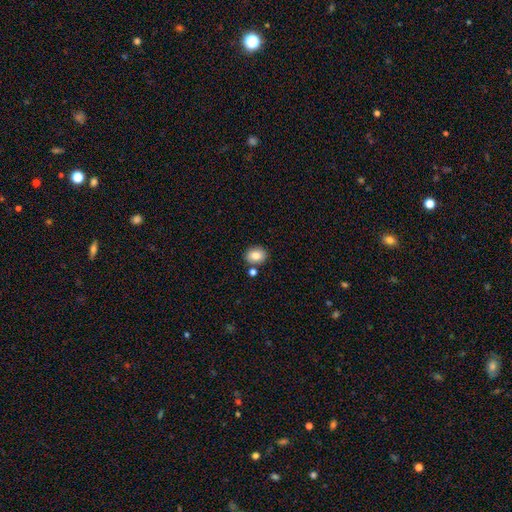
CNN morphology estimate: The model was most divided on "how rounded": in between: 56%, round: 43%, cigar-shaped: 1%. More confident: smooth or featured — smooth (85%); merging — none (77%).